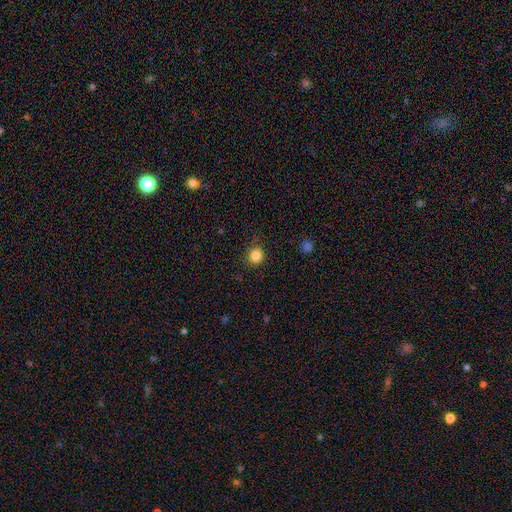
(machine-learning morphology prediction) smooth-or-featured: smooth: 84% | star or artifact: 11% | featured or disk: 5%
  how-rounded: round: 86% | in between: 13% | cigar-shaped: 1%
  merging: none: 83% | minor disturbance: 12% | major disturbance: 3% | merger: 1%